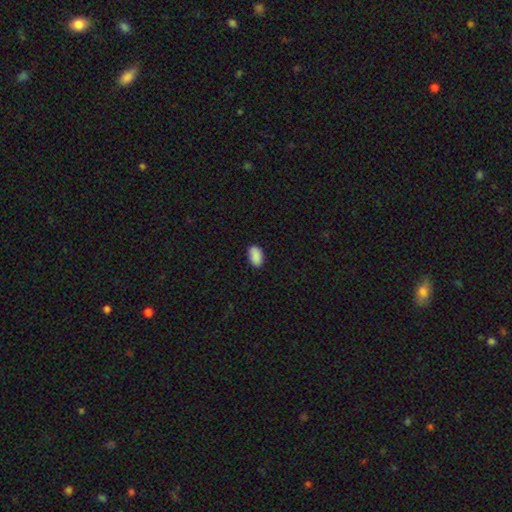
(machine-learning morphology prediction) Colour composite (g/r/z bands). It shows a smooth galaxy with no disk features (90%) that is in between round and cigar-shaped (93%). Merging: none (87%).